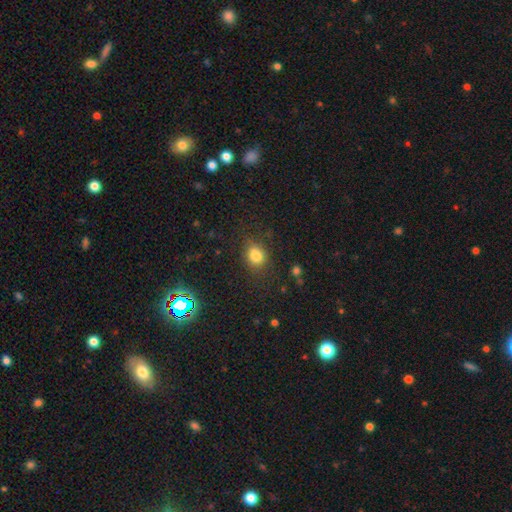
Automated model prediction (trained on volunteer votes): Smooth or featured: smooth — 80% (star or artifact — 13%)
How rounded: round — 57% (in between — 42%)
Merging: none — 76% (minor disturbance — 16%)